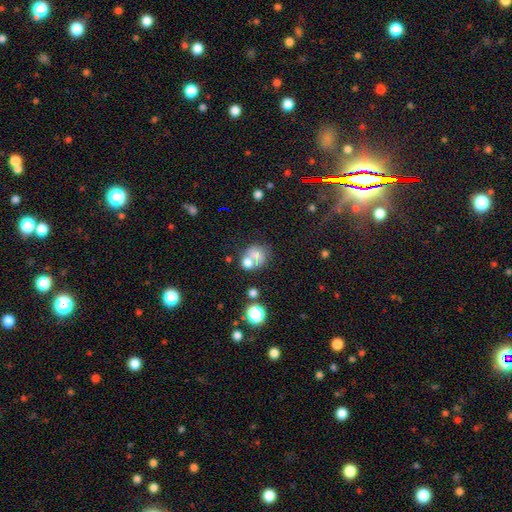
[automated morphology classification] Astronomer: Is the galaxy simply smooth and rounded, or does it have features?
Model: smooth — 66%.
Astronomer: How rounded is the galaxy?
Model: round — 69%.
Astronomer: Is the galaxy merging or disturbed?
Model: merger — 50% (runner-up: none, 33%).